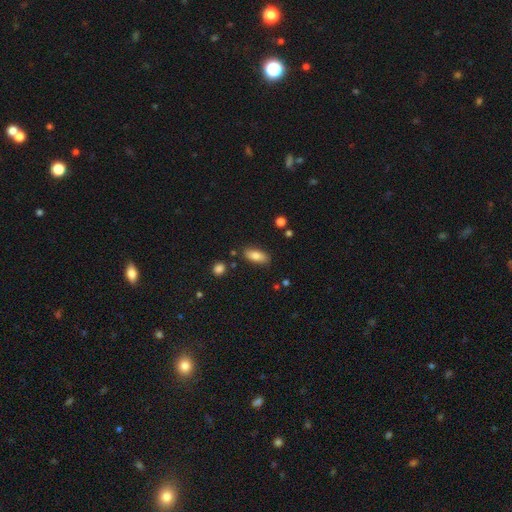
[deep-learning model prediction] This is clearly a smooth galaxy (81%). How rounded: clearly in between (81%). Merging: clearly none (83%).